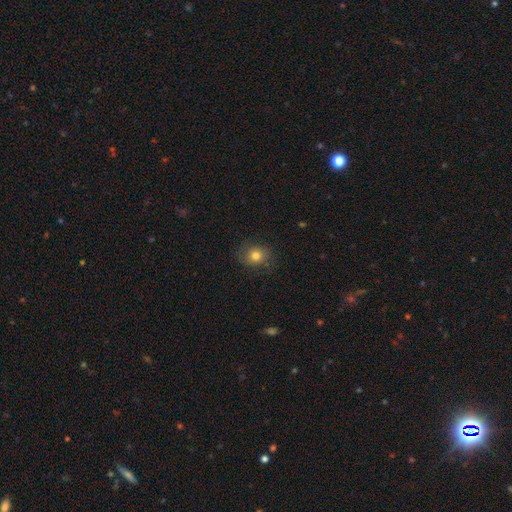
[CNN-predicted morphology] Smooth or featured?
  - smooth: 74% *
  - featured or disk: 15%
  - star or artifact: 11%
How rounded?
  - round: 69% *
  - in between: 30%
  - cigar-shaped: 1%
Merging?
  - none: 77% *
  - minor disturbance: 16%
  - major disturbance: 6%
  - merger: 1%